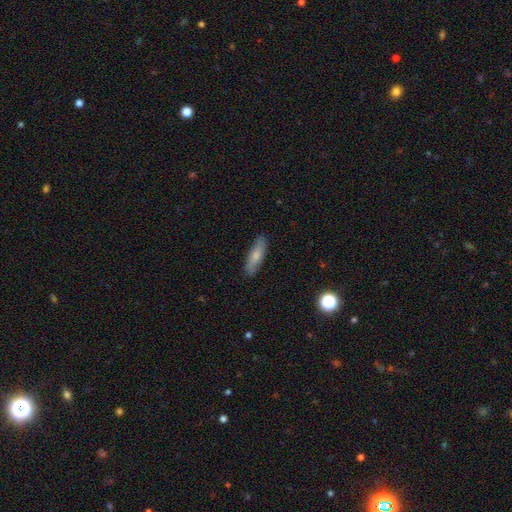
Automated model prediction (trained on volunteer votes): Smooth or featured?
  - smooth: 74% *
  - featured or disk: 20%
  - star or artifact: 6%
How rounded?
  - cigar-shaped: 54% *
  - in between: 43%
  - round: 2%
Merging?
  - none: 87% *
  - minor disturbance: 10%
  - major disturbance: 2%
  - merger: 1%